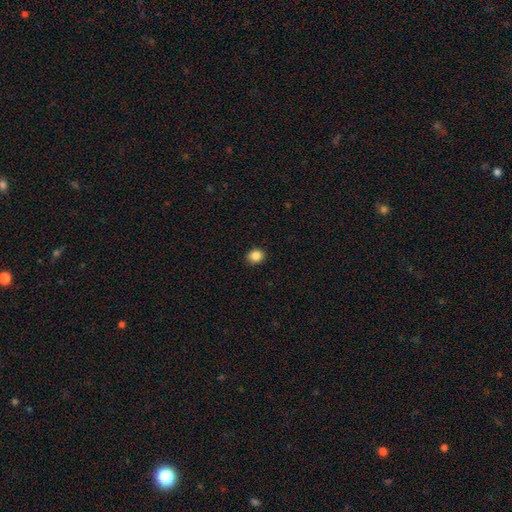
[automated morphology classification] This appears to be a smooth galaxy with no disk features (85%) that is round (65%). Merging: none (90%).